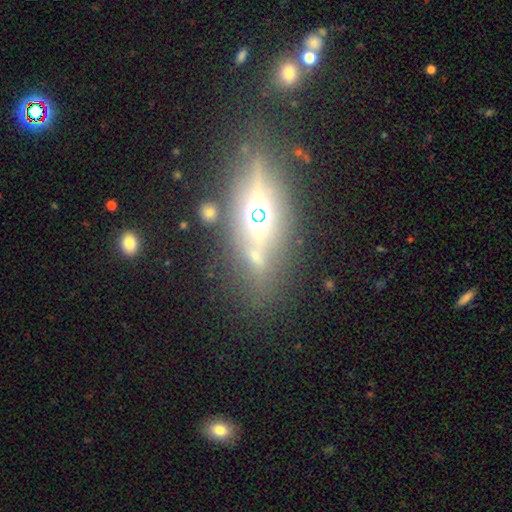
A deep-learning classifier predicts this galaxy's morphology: smooth-or-featured: star or artifact: 38% | featured or disk: 33% | smooth: 29%